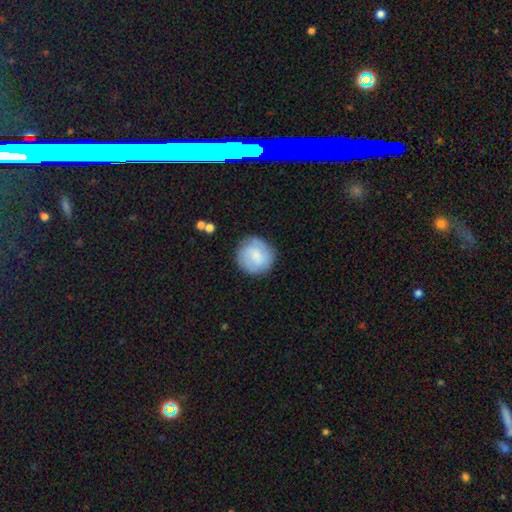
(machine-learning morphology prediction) smooth 70%, featured or disk 23%, star or artifact 7%. Down the decision tree: how rounded — round (92%); merging — none (81%).